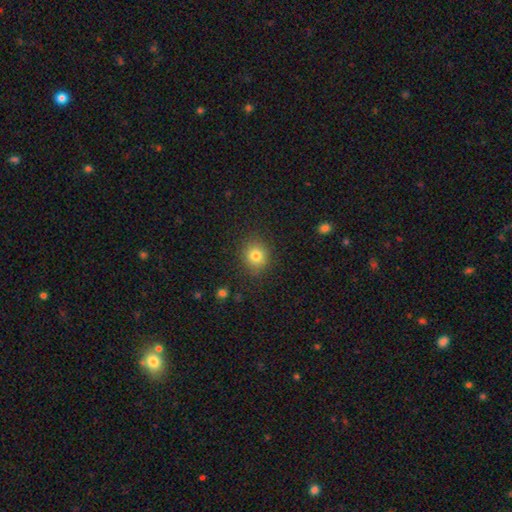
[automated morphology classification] The model was most divided on "how rounded": round: 79%, in between: 20%, cigar-shaped: 1%. More confident: merging — none (86%); smooth or featured — smooth (80%).